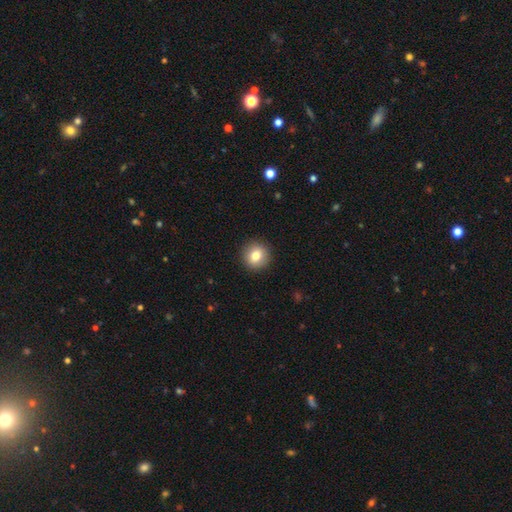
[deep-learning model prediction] smooth_or_featured: smooth (p=0.80) [alt: featured or disk p=0.11]
how_rounded: round (p=0.91) [alt: in between p=0.08]
merging: none (p=0.92) [alt: minor disturbance p=0.05]